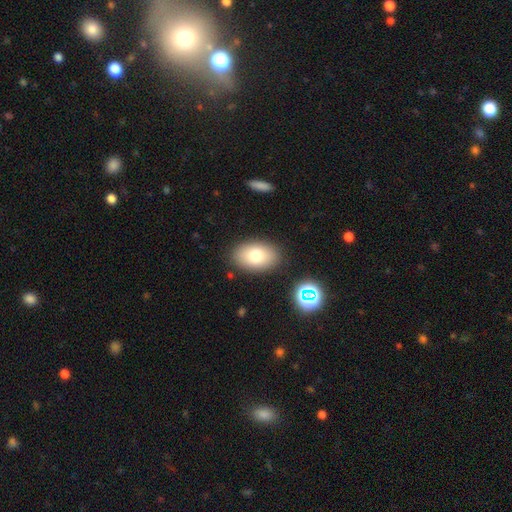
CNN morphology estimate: This appears to be a smooth galaxy with no disk features (77%) that is in between round and cigar-shaped (88%). Merging: none (87%).